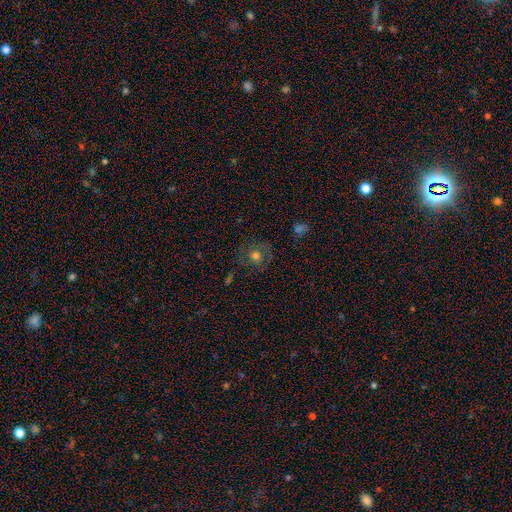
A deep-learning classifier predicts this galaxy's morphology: smooth 55%, featured or disk 31%, star or artifact 15%. Down the decision tree: how rounded — round (85%); merging — none (75%).